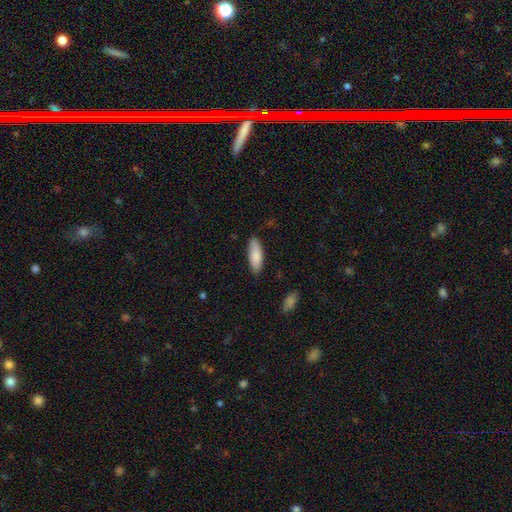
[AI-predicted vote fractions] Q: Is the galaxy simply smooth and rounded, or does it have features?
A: smooth — 85%.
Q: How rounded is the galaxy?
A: in between — 68%.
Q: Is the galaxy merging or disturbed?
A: none — 82%.